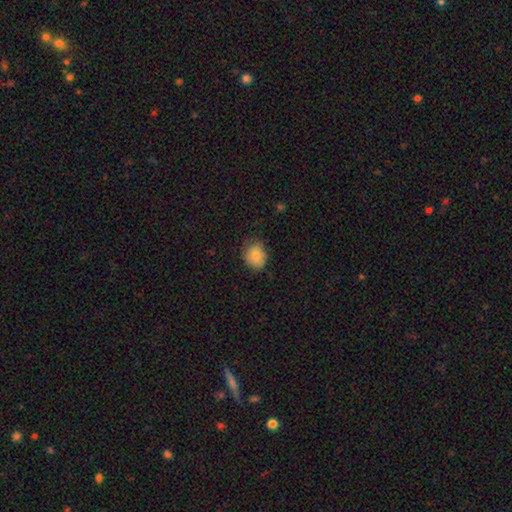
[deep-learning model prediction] This is clearly a smooth galaxy (84%). How rounded: likely round (64%). Merging: likely none (67%).